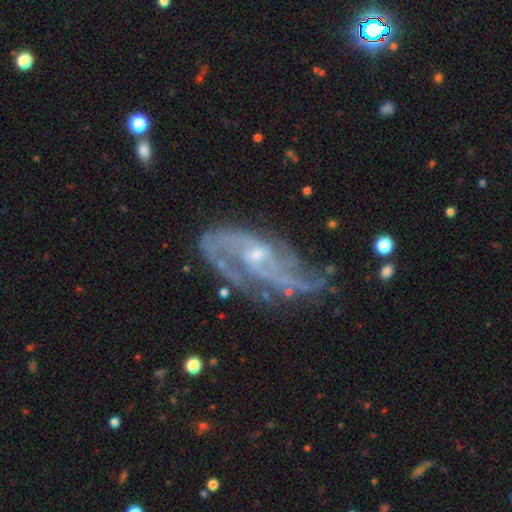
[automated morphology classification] Smooth or featured? Predicted: featured or disk (p=0.86). Edge-on disk? Predicted: no (p=0.94). Bar? Predicted: no (p=0.50). Spiral arms? Predicted: yes (p=0.94). Spiral winding? Predicted: medium (p=0.44). Spiral arm count? Predicted: 2 (p=0.37). Bulge size? Predicted: small (p=0.65). Merging? Predicted: none (p=0.59).